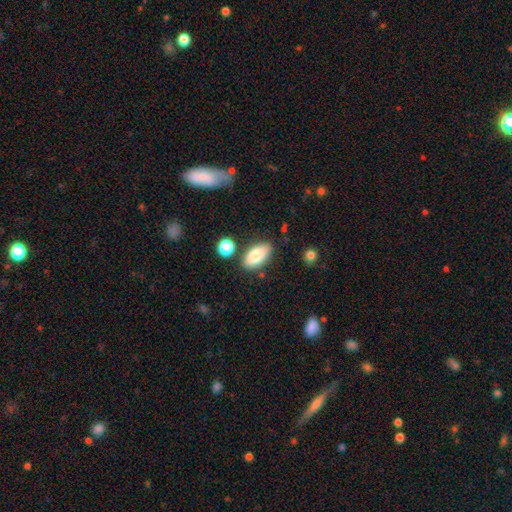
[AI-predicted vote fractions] Smooth or featured? Predicted: smooth (p=0.80). How rounded? Predicted: in between (p=0.88). Merging? Predicted: none (p=0.78).